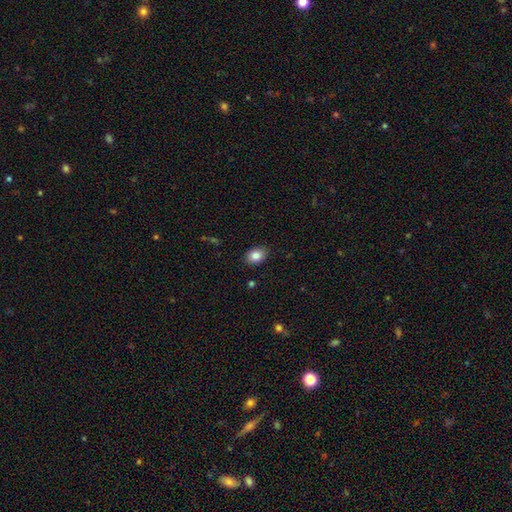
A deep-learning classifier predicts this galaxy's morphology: Q: Smooth or featured?
A: smooth (84%); runner-up: star or artifact (9%)
Q: How rounded?
A: in between (72%); runner-up: round (27%)
Q: Merging?
A: none (86%); runner-up: minor disturbance (10%)